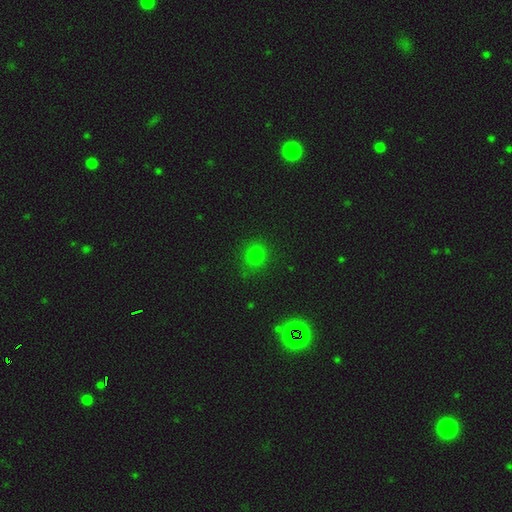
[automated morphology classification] A smooth galaxy with no disk features (77%) that is round (83%).

Vote fractions:
- Smooth or featured? smooth: 77% / star or artifact: 18% / featured or disk: 5%
- How rounded? round: 83% / in between: 16% / cigar-shaped: 1%
- Merging? none: 84% / minor disturbance: 10% / major disturbance: 3% / merger: 2%